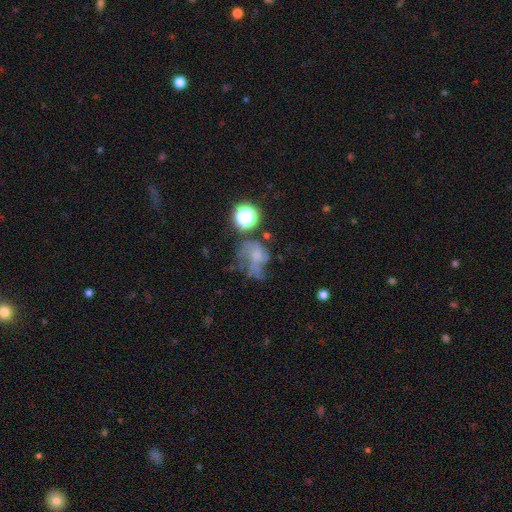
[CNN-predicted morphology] Smooth or featured? Predicted: featured or disk (p=0.42). Merging? Predicted: major disturbance (p=0.39).